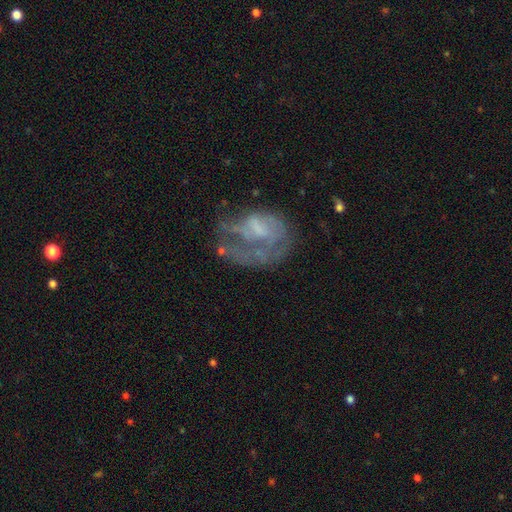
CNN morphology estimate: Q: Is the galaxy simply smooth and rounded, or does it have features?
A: featured or disk — 61%.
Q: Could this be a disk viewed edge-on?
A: no — 97%.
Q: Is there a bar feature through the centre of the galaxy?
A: no — 68%.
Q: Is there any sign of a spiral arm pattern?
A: no — 56%.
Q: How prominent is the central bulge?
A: none — 42%.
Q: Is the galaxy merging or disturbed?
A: major disturbance — 39%.